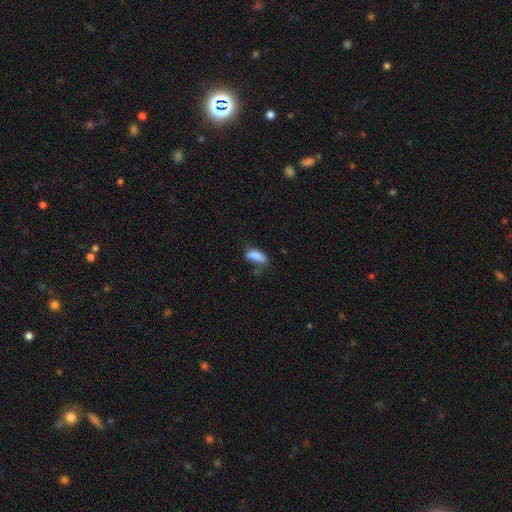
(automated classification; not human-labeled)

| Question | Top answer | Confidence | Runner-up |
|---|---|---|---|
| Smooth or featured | smooth | 85% | star or artifact (8%) |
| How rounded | in between | 79% | cigar-shaped (19%) |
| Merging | none | 52% | minor disturbance (32%) |